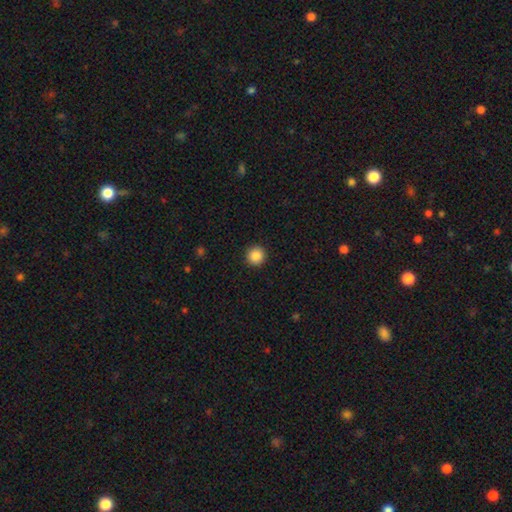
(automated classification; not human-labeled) smooth 87%, star or artifact 10%, featured or disk 4%. Down the decision tree: how rounded — round (95%); merging — none (93%).